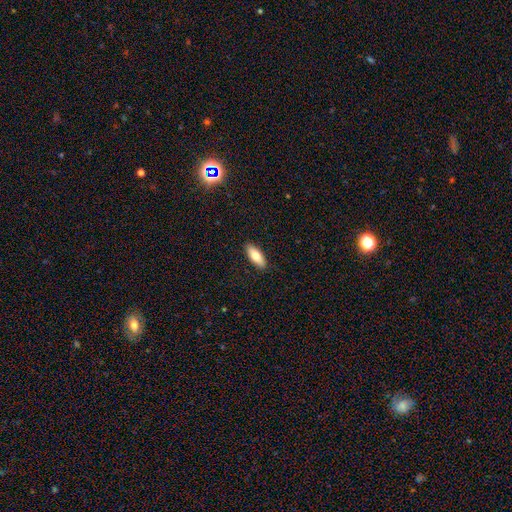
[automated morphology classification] Overall: smooth (77%). How rounded: in between (76%). Merging: none (90%).